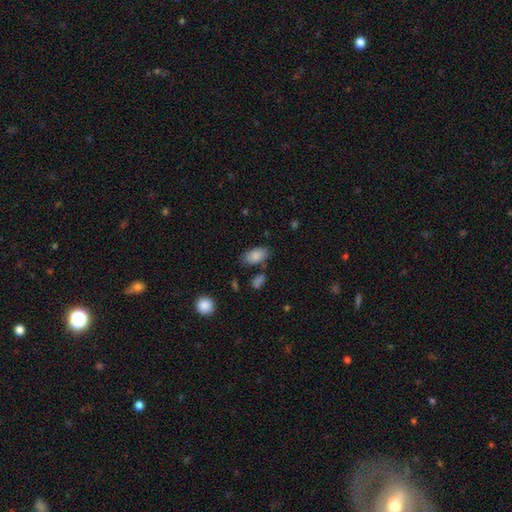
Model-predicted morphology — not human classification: smooth-or-featured: smooth: 83% | featured or disk: 10% | star or artifact: 7%
  how-rounded: in between: 92% | round: 4% | cigar-shaped: 4%
  merging: none: 72% | minor disturbance: 17% | merger: 7% | major disturbance: 4%